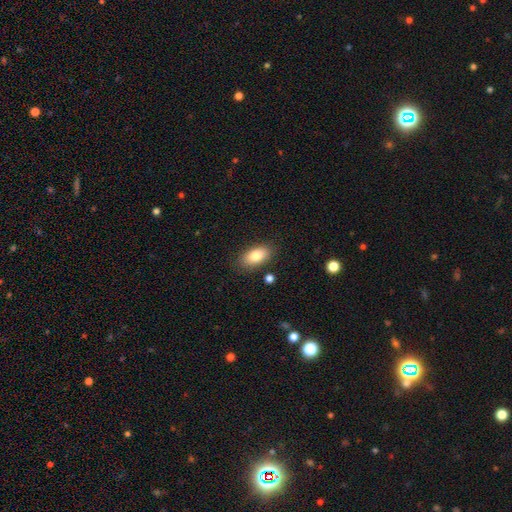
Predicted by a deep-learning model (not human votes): Morphology: type=smooth (81%); roundness=in between (91%); merging=none (84%).